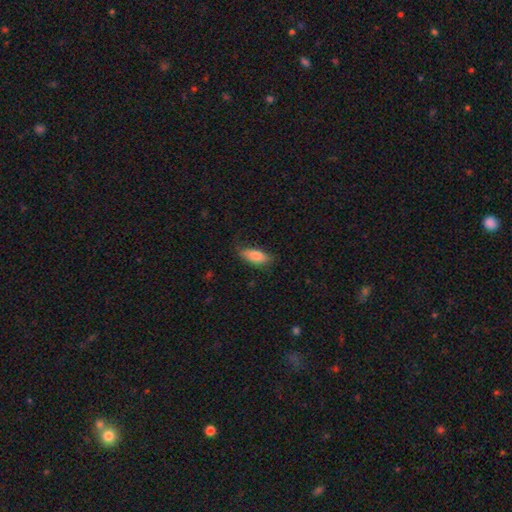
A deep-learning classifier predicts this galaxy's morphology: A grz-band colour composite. It shows a smooth galaxy with no disk features (83%) that is in between round and cigar-shaped (77%). Merging: none (73%).